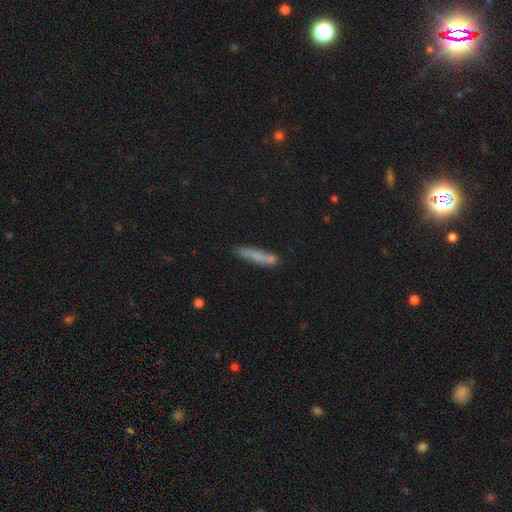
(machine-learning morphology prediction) The model was most divided on "merging": none: 75%, minor disturbance: 16%, merger: 5%, major disturbance: 3%. More confident: how rounded — cigar-shaped (91%); smooth or featured — smooth (77%).